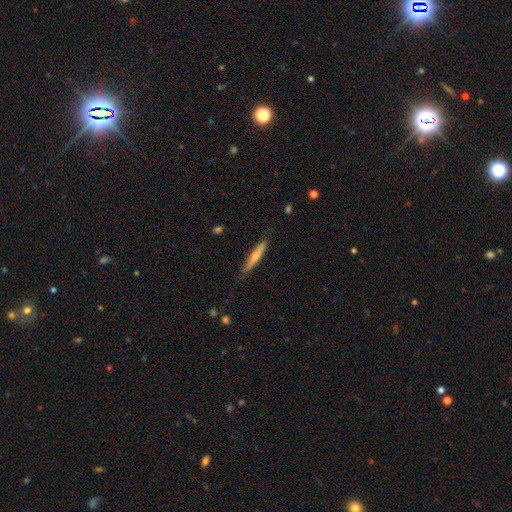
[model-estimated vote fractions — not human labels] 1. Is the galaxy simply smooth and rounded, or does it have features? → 54% smooth, 40% featured or disk, 6% star or artifact.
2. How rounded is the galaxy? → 91% cigar-shaped, 7% in between, 2% round.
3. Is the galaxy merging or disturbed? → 83% none, 13% minor disturbance, 2% major disturbance, 1% merger.